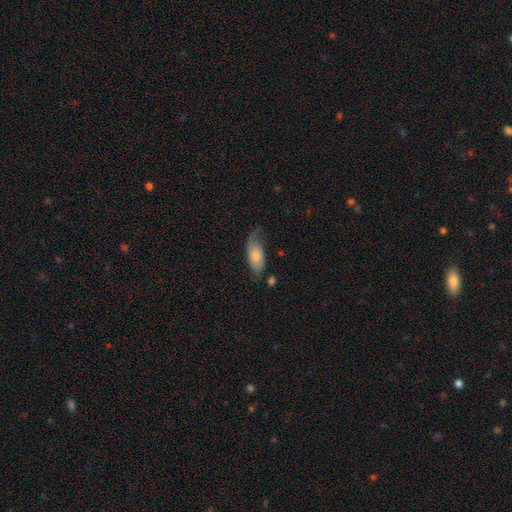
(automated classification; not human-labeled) Smooth or featured? smooth (68%)
How rounded? in between (85%)
Merging? none (49%)